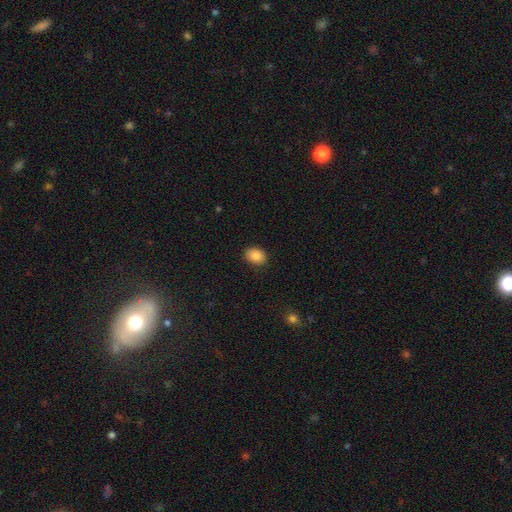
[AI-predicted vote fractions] Smooth or featured? Predicted: smooth (p=0.88). How rounded? Predicted: in between (p=0.73). Merging? Predicted: none (p=0.88).